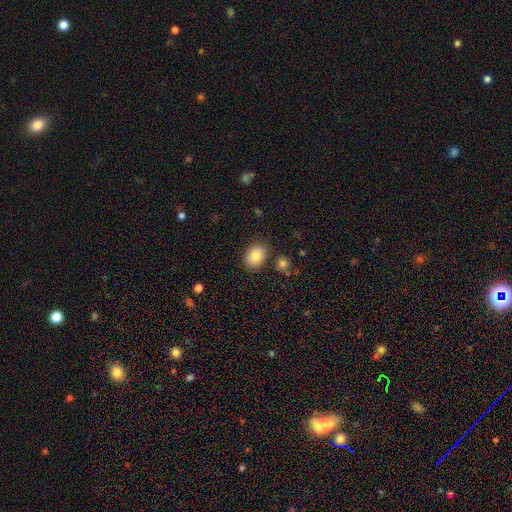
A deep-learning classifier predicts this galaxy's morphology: Overall: smooth (86%). How rounded: in between (75%). Merging: none (82%).